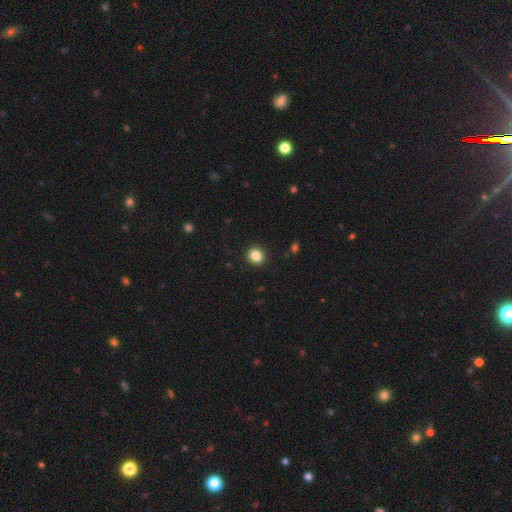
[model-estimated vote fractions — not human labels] This appears to be a smooth galaxy with no disk features (85%) that is round (77%). Merging: none (92%).